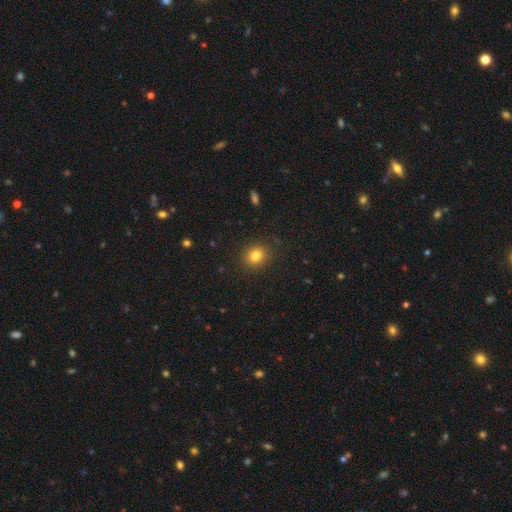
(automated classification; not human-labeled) smooth 82%, star or artifact 12%, featured or disk 6%. Down the decision tree: how rounded — round (65%); merging — none (88%).